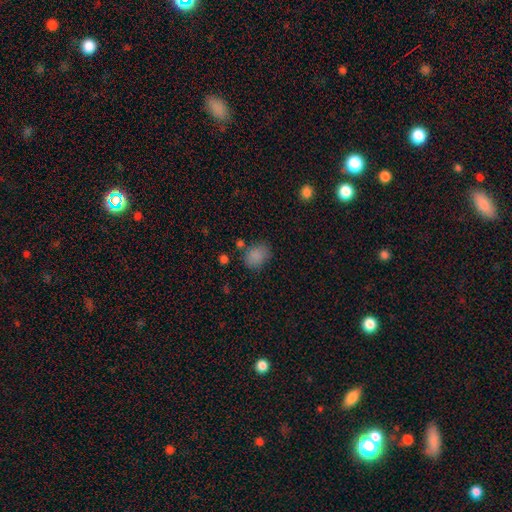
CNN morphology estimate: Smooth or featured? smooth (84%)
How rounded? in between (56%)
Merging? none (71%)